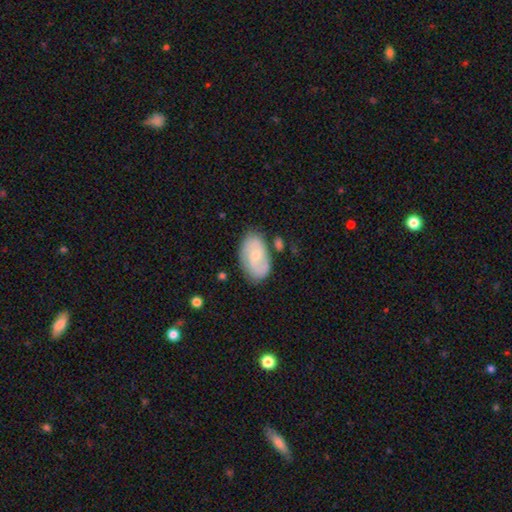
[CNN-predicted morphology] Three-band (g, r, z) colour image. It shows a featured or disk galaxy (56%) with no bar (64%), spiral arms (80%) and a small central bulge (58%). Merging: none (71%).